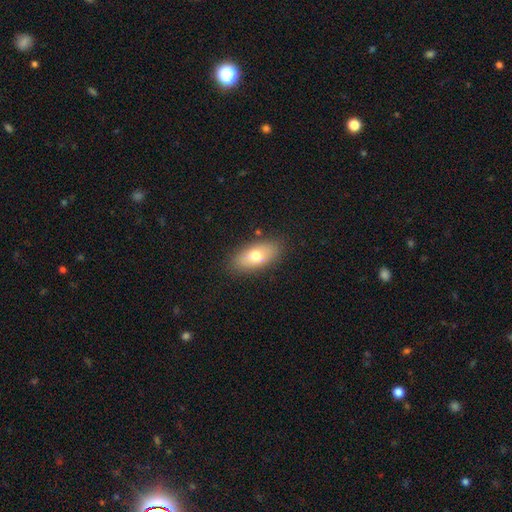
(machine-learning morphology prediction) Smooth or featured? Predicted: smooth (p=0.71). How rounded? Predicted: in between (p=0.85). Merging? Predicted: none (p=0.84).